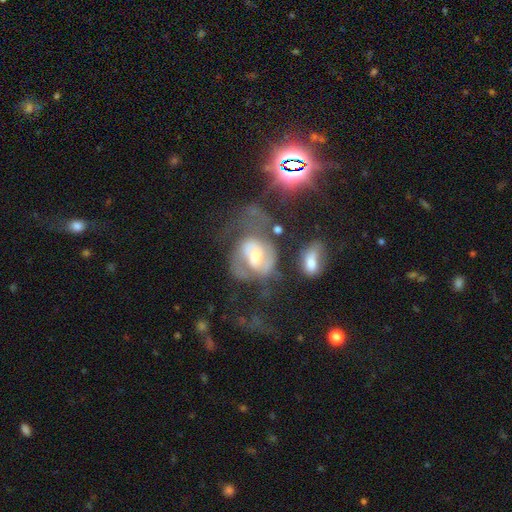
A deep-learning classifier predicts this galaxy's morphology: Smooth or featured?
  - featured or disk: 73% *
  - smooth: 18%
  - star or artifact: 9%
Edge-on disk?
  - no: 97% *
  - yes: 3%
Bar?
  - weak: 43% *
  - no: 42%
  - strong: 15%
Spiral arms?
  - yes: 78% *
  - no: 22%
Spiral winding?
  - medium: 45% *
  - tight: 33%
  - loose: 23%
Spiral arm count?
  - 2: 62% *
  - can't tell: 22%
  - 1: 7%
  - 3: 5%
  - 4: 2%
  - more than 4: 2%
Bulge size?
  - moderate: 61% *
  - small: 24%
  - large: 11%
  - none: 2%
  - dominant: 2%
Merging?
  - major disturbance: 37% *
  - none: 31%
  - minor disturbance: 17%
  - merger: 16%